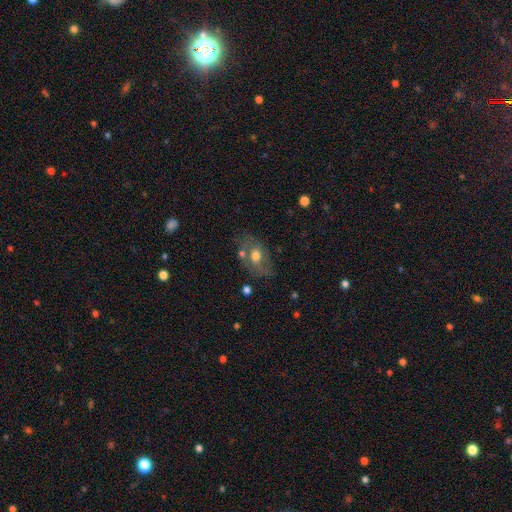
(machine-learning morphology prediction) This appears to be a smooth galaxy with no disk features (48%). Merging: none (58%).